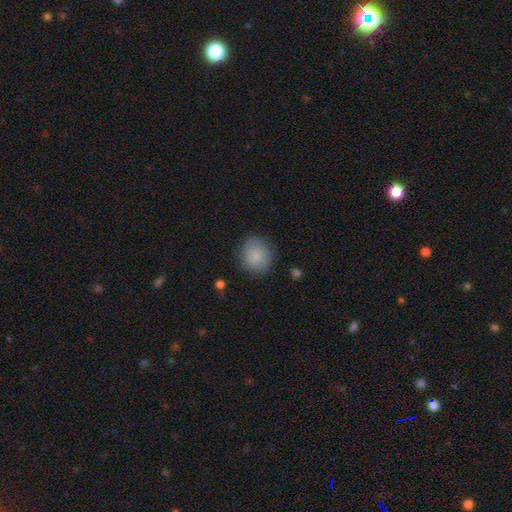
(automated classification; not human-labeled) Smooth or featured? smooth (81%)
How rounded? round (79%)
Merging? none (77%)